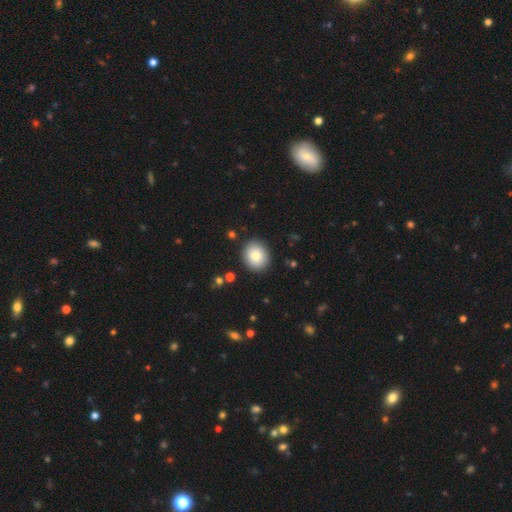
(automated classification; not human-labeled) smooth-or-featured: smooth: 80% | featured or disk: 11% | star or artifact: 9%
  how-rounded: round: 76% | in between: 23% | cigar-shaped: 1%
  merging: none: 89% | minor disturbance: 7% | major disturbance: 2% | merger: 1%